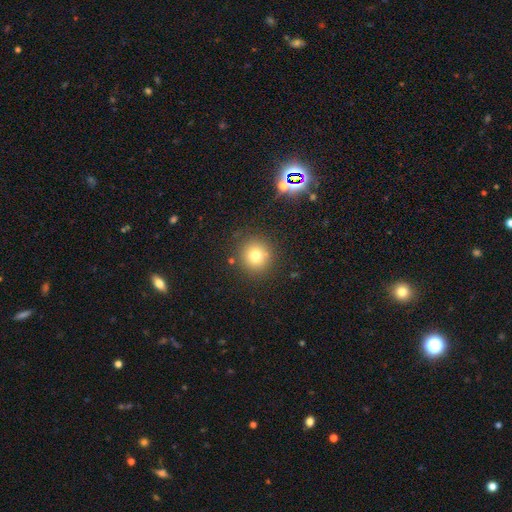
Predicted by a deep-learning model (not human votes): This is likely a smooth galaxy (76%). How rounded: clearly round (93%). Merging: clearly none (86%).